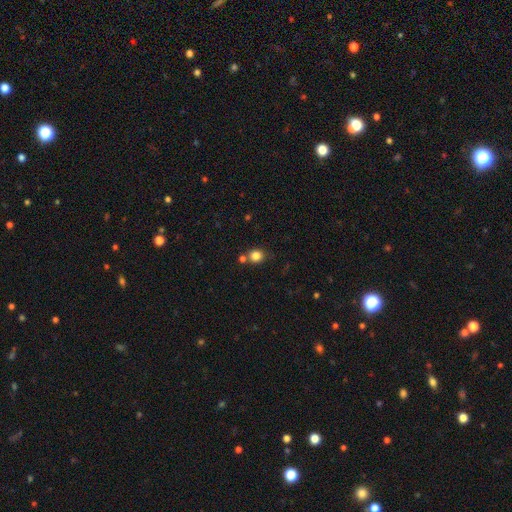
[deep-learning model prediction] A smooth galaxy with no disk features (82%) that is round (80%).

Vote fractions:
- Smooth or featured? smooth: 82% / star or artifact: 12% / featured or disk: 6%
- How rounded? round: 80% / in between: 19% / cigar-shaped: 1%
- Merging? none: 70% / merger: 16% / minor disturbance: 11% / major disturbance: 3%